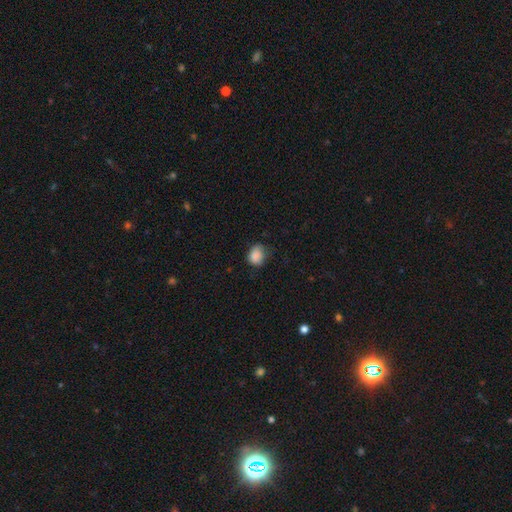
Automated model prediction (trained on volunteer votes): smooth 86%, star or artifact 9%, featured or disk 5%. Down the decision tree: how rounded — round (54%); merging — none (59%).